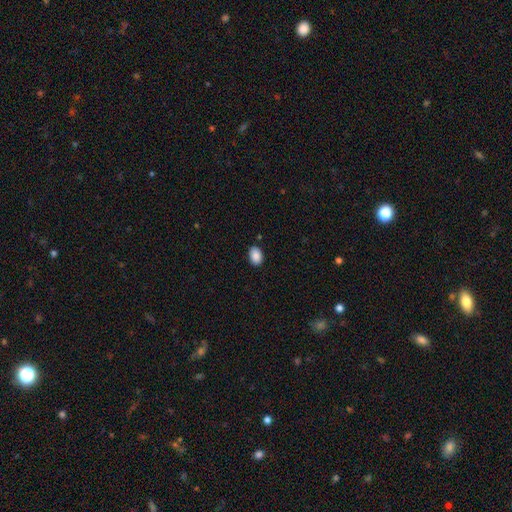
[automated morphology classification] A smooth galaxy with no disk features (89%) that is in between round and cigar-shaped (81%).

Vote fractions:
- Smooth or featured? smooth: 89% / star or artifact: 8% / featured or disk: 3%
- How rounded? in between: 81% / round: 18% / cigar-shaped: 1%
- Merging? none: 87% / minor disturbance: 10% / major disturbance: 2% / merger: 1%